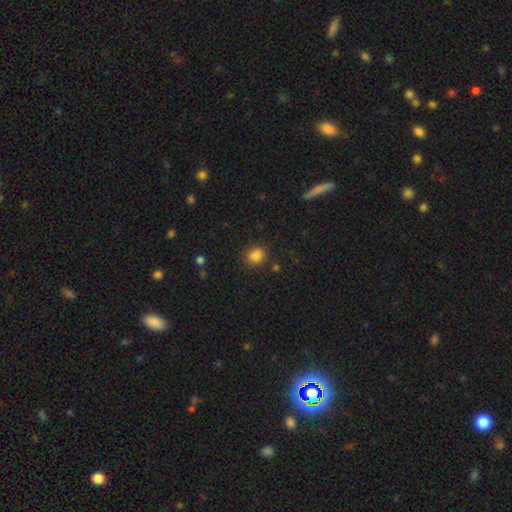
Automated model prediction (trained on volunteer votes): smooth 85%, star or artifact 11%, featured or disk 4%. Down the decision tree: how rounded — round (67%); merging — none (85%).